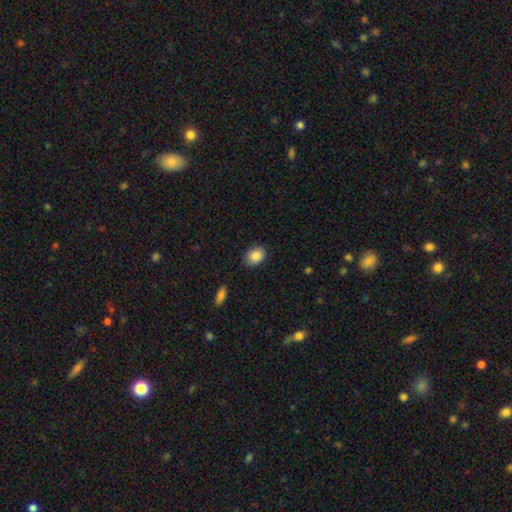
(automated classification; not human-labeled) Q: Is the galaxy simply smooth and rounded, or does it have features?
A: smooth — 87%.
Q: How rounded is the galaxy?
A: in between — 63%.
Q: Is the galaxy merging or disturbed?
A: none — 86%.